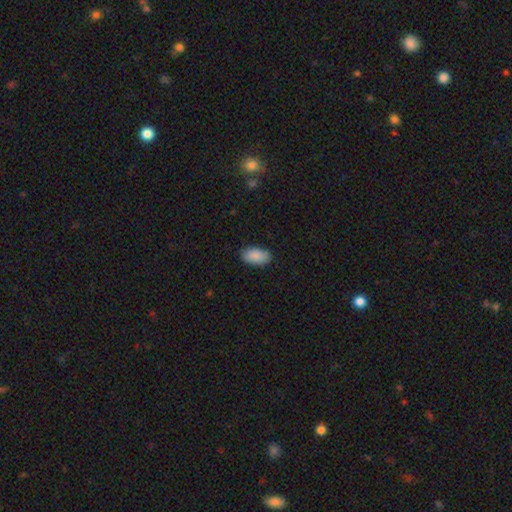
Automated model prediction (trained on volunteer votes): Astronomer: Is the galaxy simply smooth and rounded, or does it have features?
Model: smooth — 89%.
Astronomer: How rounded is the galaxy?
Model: in between — 95%.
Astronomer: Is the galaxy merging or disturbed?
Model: none — 85%.